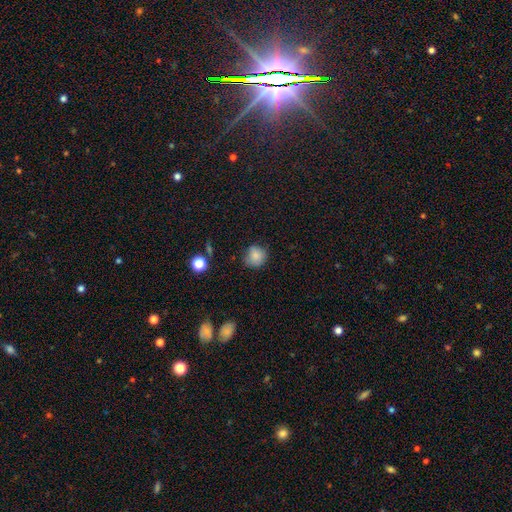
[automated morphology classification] Smooth or featured?
  - smooth: 83% *
  - star or artifact: 10%
  - featured or disk: 7%
How rounded?
  - round: 86% *
  - in between: 13%
  - cigar-shaped: 1%
Merging?
  - none: 71% *
  - minor disturbance: 22%
  - major disturbance: 5%
  - merger: 2%